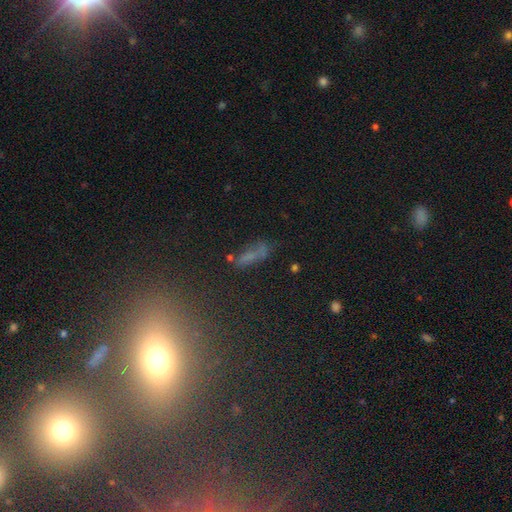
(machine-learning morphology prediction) A smooth galaxy with no disk features (40%).

Vote fractions:
- Smooth or featured? smooth: 40% / star or artifact: 39% / featured or disk: 21%
- Merging? none: 66% / minor disturbance: 15% / major disturbance: 9% / merger: 9%